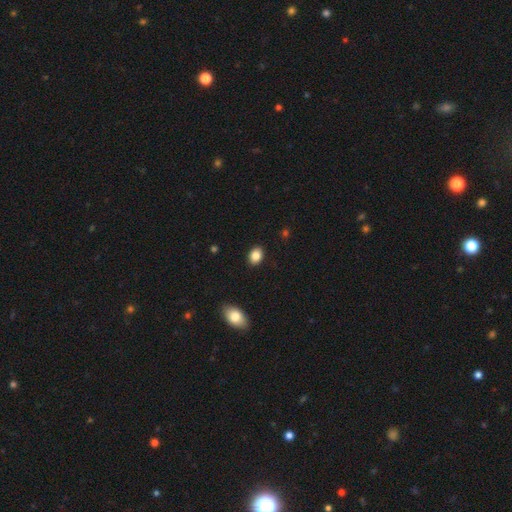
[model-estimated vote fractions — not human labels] Morphology: type=smooth (86%); roundness=in between (74%); merging=none (90%).